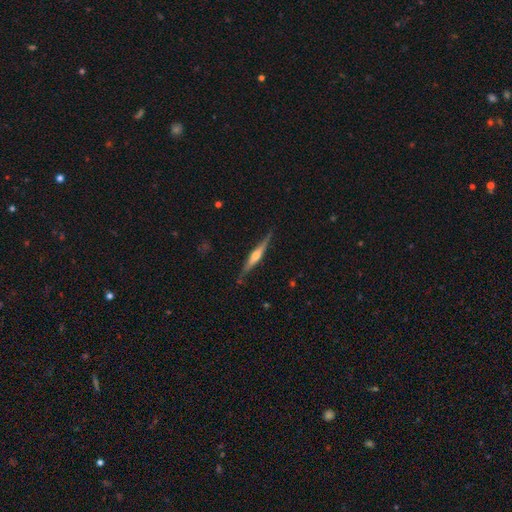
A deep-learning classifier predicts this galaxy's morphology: The model was most divided on "smooth or featured": featured or disk: 69%, smooth: 26%, star or artifact: 6%. More confident: edge-on disk — yes (97%); edge-on bulge — rounded (86%); merging — none (83%).